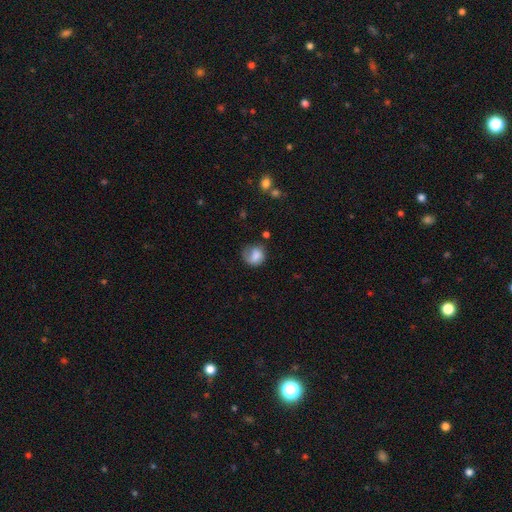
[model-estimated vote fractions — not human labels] Smooth or featured: smooth — 72% (featured or disk — 20%)
How rounded: round — 68% (in between — 31%)
Merging: none — 46% (minor disturbance — 29%)